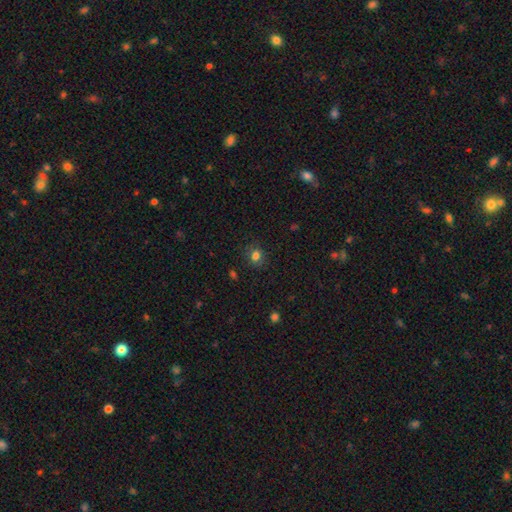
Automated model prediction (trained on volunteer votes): This is likely a smooth galaxy (78%). How rounded: likely round (71%). Merging: clearly none (83%).